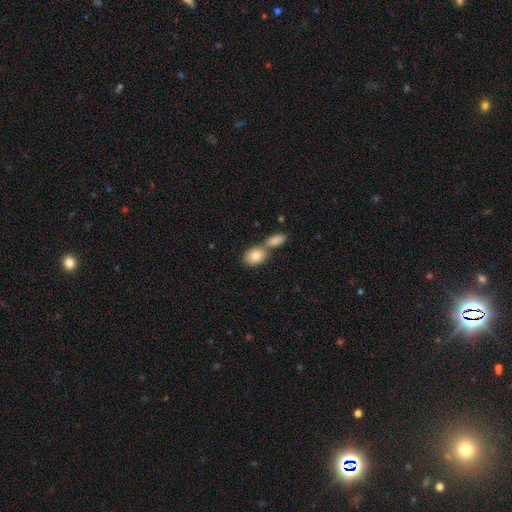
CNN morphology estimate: Smooth or featured: smooth — 82% (featured or disk — 11%)
How rounded: in between — 75% (round — 23%)
Merging: merger — 47% (none — 42%)